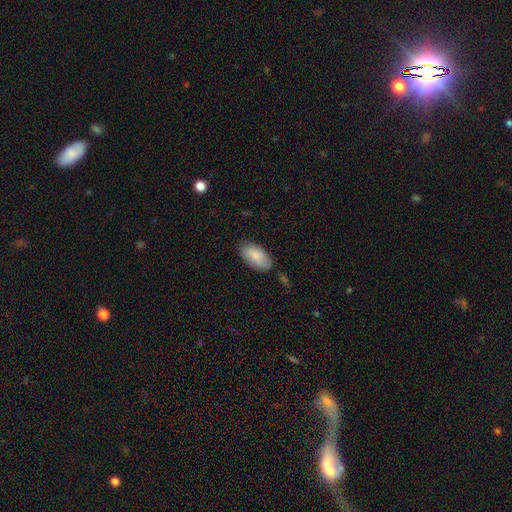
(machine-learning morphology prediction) Smooth or featured? smooth (83%)
How rounded? in between (94%)
Merging? none (75%)